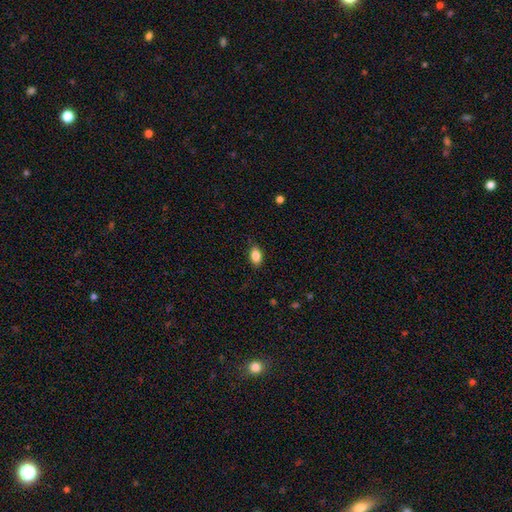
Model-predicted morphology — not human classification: Overall: smooth (86%). How rounded: in between (87%). Merging: none (85%).